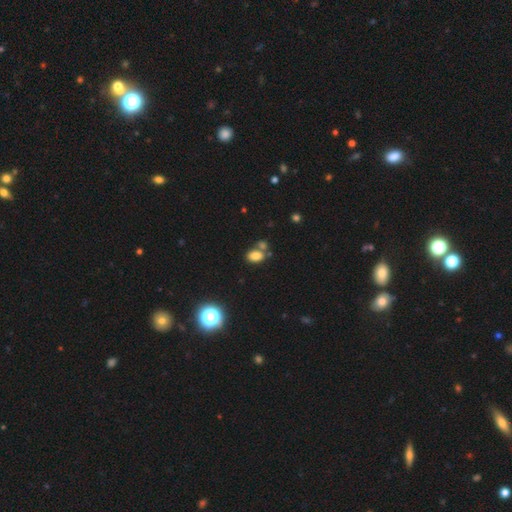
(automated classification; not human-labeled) Smooth or featured?
  - smooth: 79% *
  - star or artifact: 14%
  - featured or disk: 7%
How rounded?
  - in between: 83% *
  - round: 16%
  - cigar-shaped: 1%
Merging?
  - none: 55% *
  - merger: 28%
  - minor disturbance: 12%
  - major disturbance: 4%